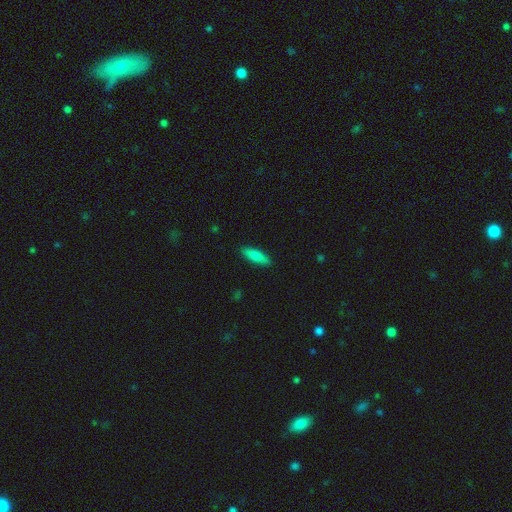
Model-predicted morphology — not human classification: A smooth galaxy with no disk features (78%) that is cigar-shaped (55%).

Vote fractions:
- Smooth or featured? smooth: 78% / featured or disk: 16% / star or artifact: 6%
- How rounded? cigar-shaped: 55% / in between: 43% / round: 2%
- Merging? none: 89% / minor disturbance: 8% / major disturbance: 2% / merger: 1%